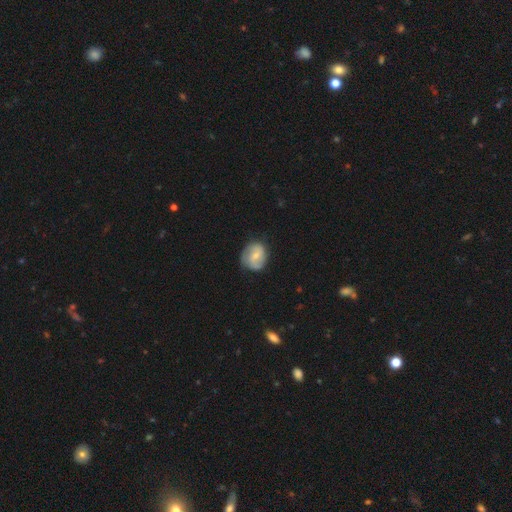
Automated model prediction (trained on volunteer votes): Smooth or featured?
  - smooth: 49% *
  - featured or disk: 44%
  - star or artifact: 7%
Merging?
  - none: 70% *
  - minor disturbance: 22%
  - major disturbance: 6%
  - merger: 1%